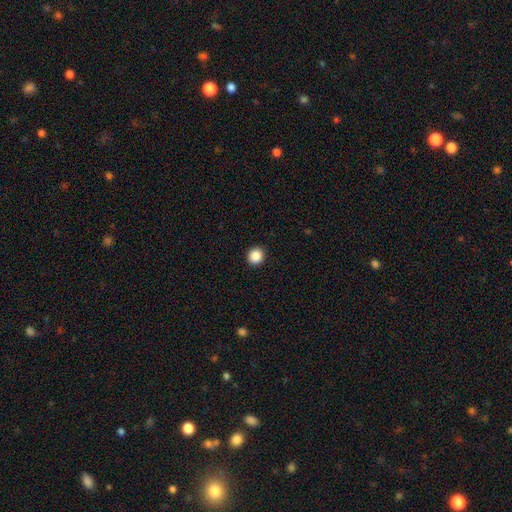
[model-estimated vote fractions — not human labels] Overall: smooth (88%). How rounded: round (87%). Merging: none (93%).